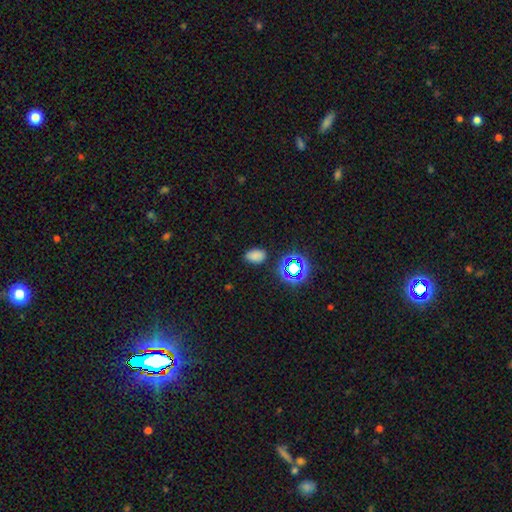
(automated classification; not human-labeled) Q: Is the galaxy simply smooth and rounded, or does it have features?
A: smooth — 72%.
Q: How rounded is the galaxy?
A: in between — 87%.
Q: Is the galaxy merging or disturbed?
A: none — 81%.